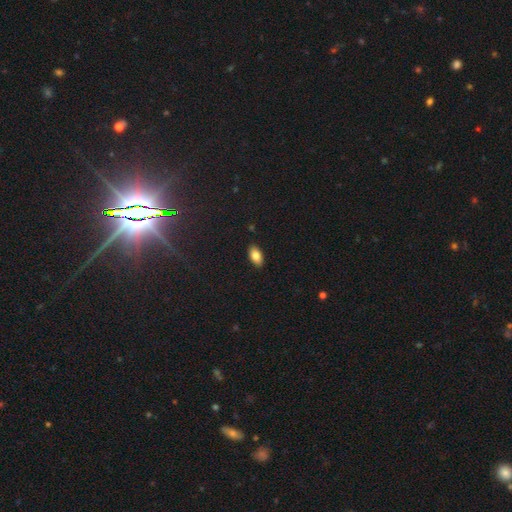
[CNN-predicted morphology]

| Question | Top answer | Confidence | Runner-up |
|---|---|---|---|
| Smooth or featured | smooth | 83% | featured or disk (9%) |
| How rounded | in between | 93% | round (4%) |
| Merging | none | 88% | minor disturbance (9%) |